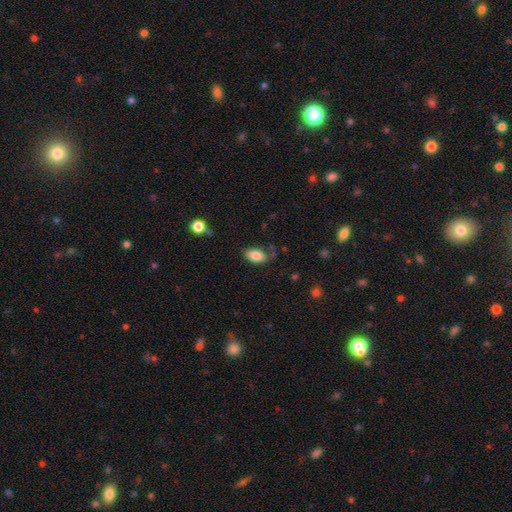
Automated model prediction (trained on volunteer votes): Smooth or featured? smooth (84%)
How rounded? in between (92%)
Merging? none (76%)